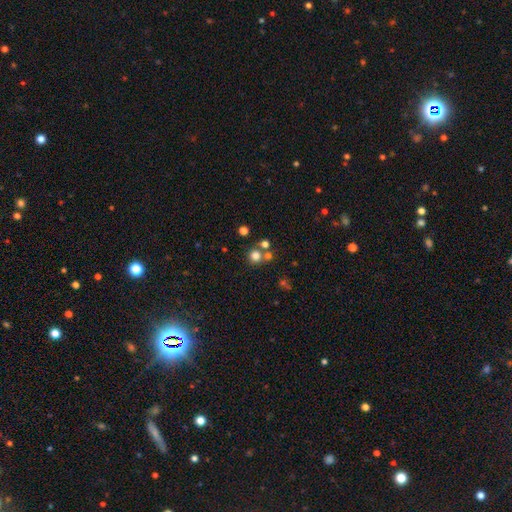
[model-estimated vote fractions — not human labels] Smooth or featured: smooth — 75% (star or artifact — 17%)
How rounded: round — 90% (in between — 9%)
Merging: none — 64% (merger — 25%)